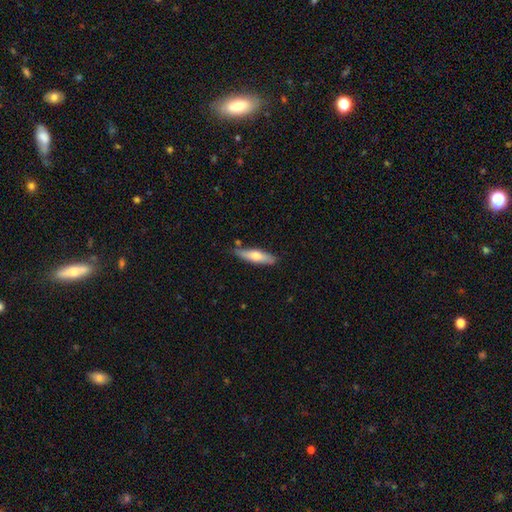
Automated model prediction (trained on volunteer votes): Morphology: type=smooth (59%); roundness=cigar-shaped (69%); merging=none (80%).